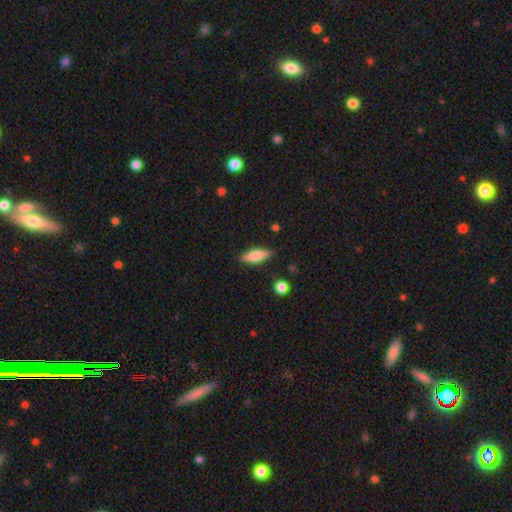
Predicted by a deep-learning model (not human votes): Overall: smooth (75%). How rounded: in between (55%; cigar-shaped 43%). Merging: none (84%).